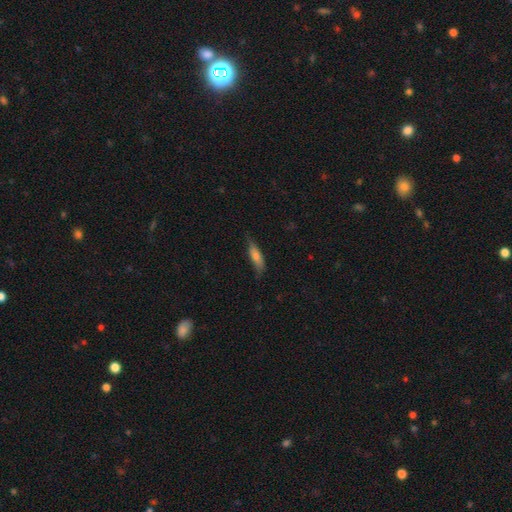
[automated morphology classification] This is likely a smooth galaxy (69%). How rounded: likely cigar-shaped (60%). Merging: likely none (67%).